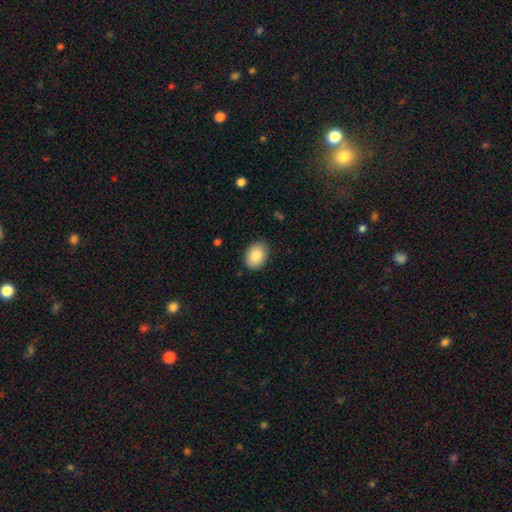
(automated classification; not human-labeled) smooth-or-featured: smooth: 87% | star or artifact: 7% | featured or disk: 7%
  how-rounded: in between: 77% | round: 22% | cigar-shaped: 1%
  merging: none: 85% | minor disturbance: 12% | major disturbance: 2% | merger: 1%